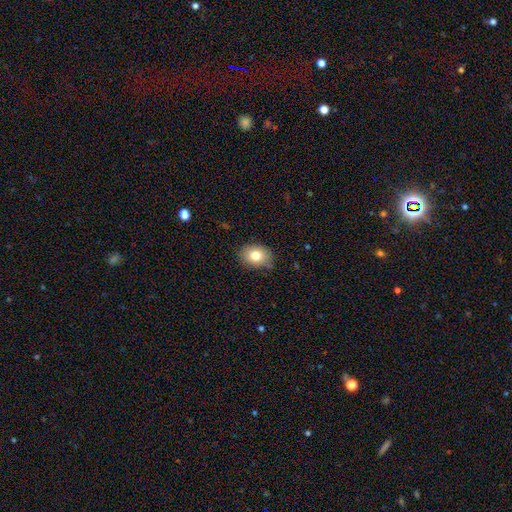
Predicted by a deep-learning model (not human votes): This is likely a smooth galaxy (79%). How rounded: possibly in between (59%). Merging: likely none (79%).